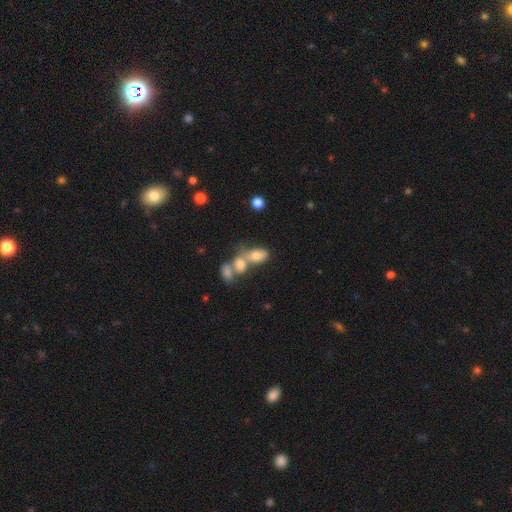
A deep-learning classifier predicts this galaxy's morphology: Overall: smooth (61%; featured or disk 23%). How rounded: in between (79%). Merging: merger (59%; none 24%).